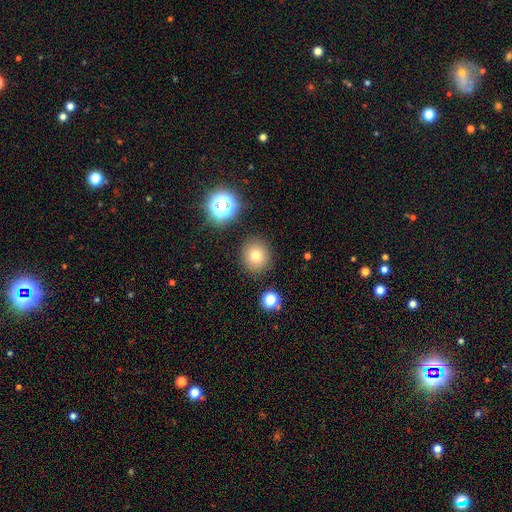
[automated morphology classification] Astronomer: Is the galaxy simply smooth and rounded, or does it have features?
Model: smooth — 77%.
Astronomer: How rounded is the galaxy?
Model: round — 84%.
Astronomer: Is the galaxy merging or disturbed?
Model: none — 86%.